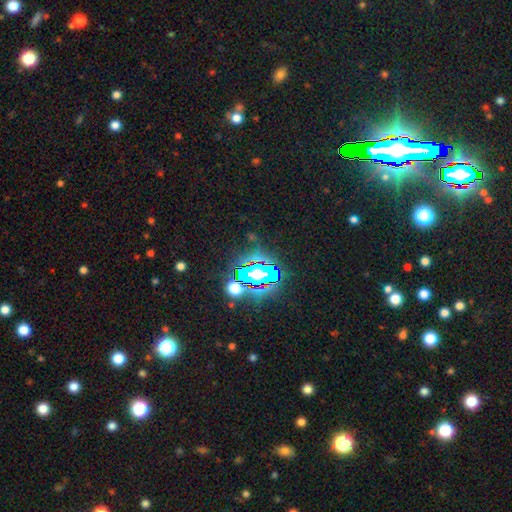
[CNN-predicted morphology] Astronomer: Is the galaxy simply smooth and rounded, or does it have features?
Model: star or artifact — 77%.